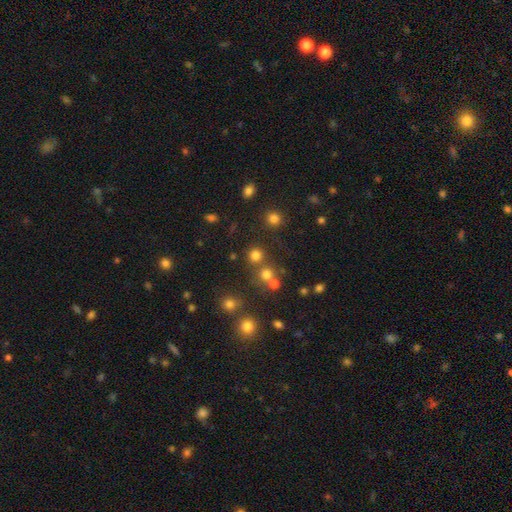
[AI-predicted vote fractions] A smooth galaxy with no disk features (74%) that is round (92%). Merging: none (74%).